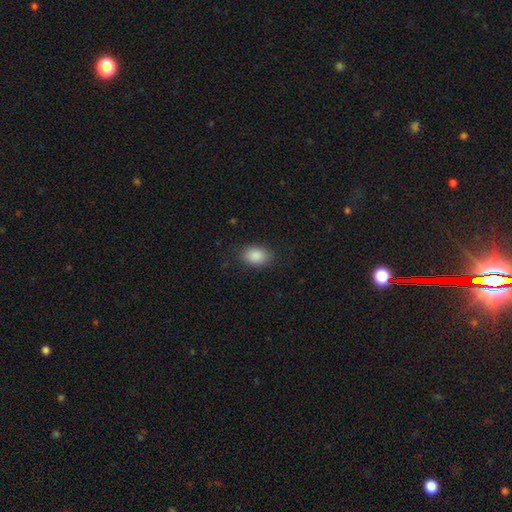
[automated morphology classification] Smooth or featured: smooth — 88% (star or artifact — 8%)
How rounded: in between — 81% (round — 17%)
Merging: none — 85% (minor disturbance — 11%)